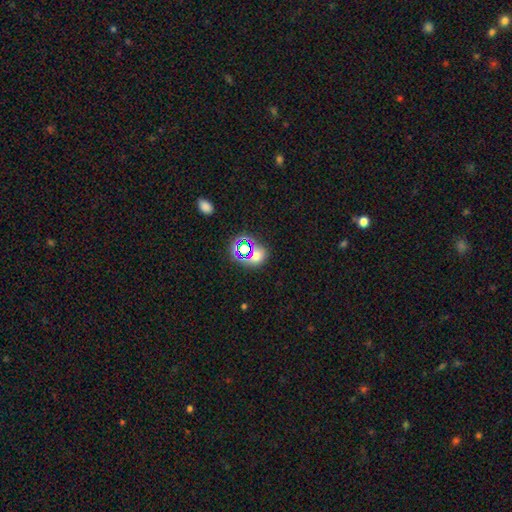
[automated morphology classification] type=smooth (45%); merging=none (67%).